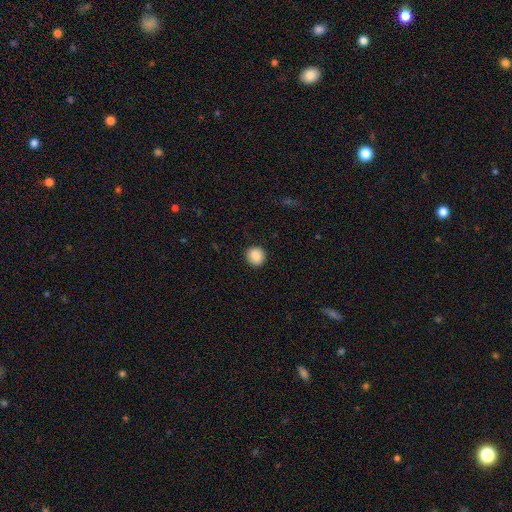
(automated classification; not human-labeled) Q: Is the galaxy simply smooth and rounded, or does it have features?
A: smooth — 88%.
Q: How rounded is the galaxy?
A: round — 92%.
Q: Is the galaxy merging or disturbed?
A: none — 91%.